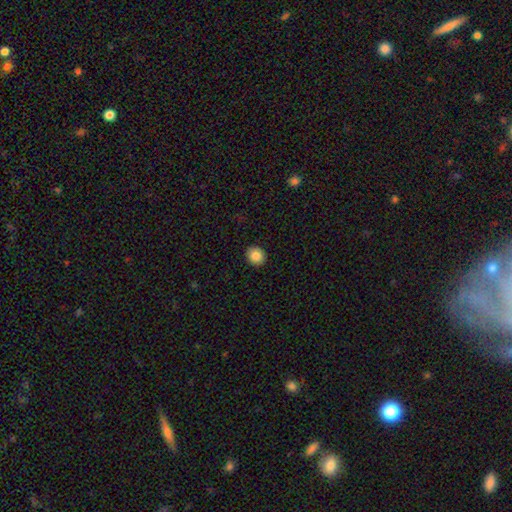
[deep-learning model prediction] Smooth or featured?
  - smooth: 87% *
  - star or artifact: 9%
  - featured or disk: 4%
How rounded?
  - round: 76% *
  - in between: 23%
  - cigar-shaped: 1%
Merging?
  - none: 92% *
  - minor disturbance: 6%
  - major disturbance: 2%
  - merger: 1%